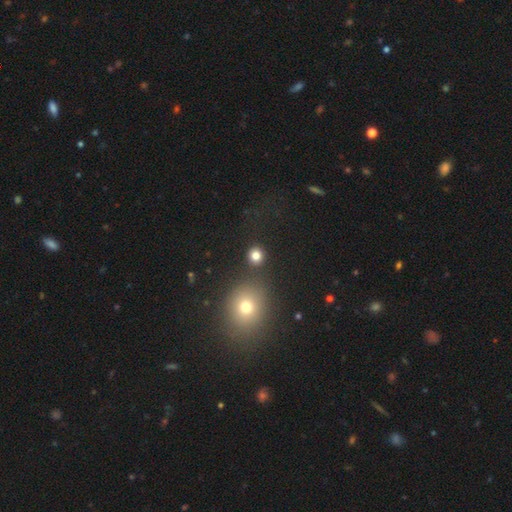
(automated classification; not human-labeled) A smooth galaxy with no disk features (81%) that is round (88%).

Vote fractions:
- Smooth or featured? smooth: 81% / star or artifact: 14% / featured or disk: 5%
- How rounded? round: 88% / in between: 11% / cigar-shaped: 1%
- Merging? none: 84% / merger: 7% / minor disturbance: 6% / major disturbance: 3%